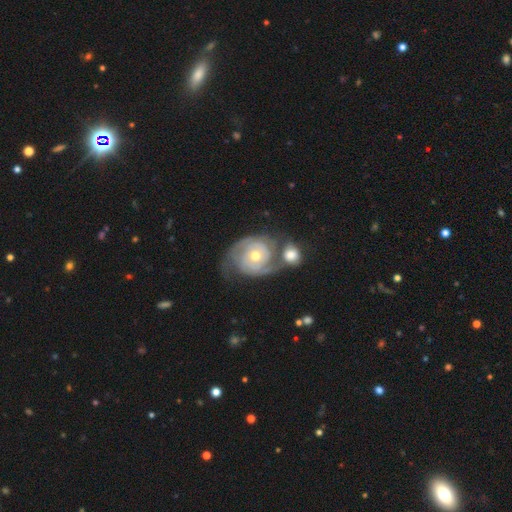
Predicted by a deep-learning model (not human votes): This appears to be a featured or disk galaxy (87%) with no bar (79%), 2 (74%) tight (64%) spiral arms (95%) and a moderate central bulge (61%). Merging: none (38%).